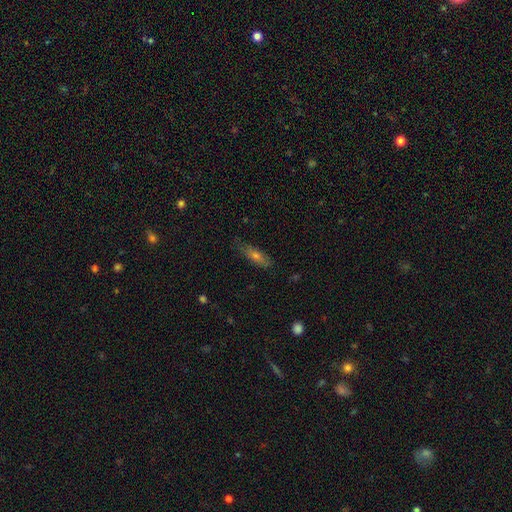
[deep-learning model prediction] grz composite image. It shows a smooth galaxy with no disk features (55%) that is cigar-shaped (60%). Merging: none (77%).